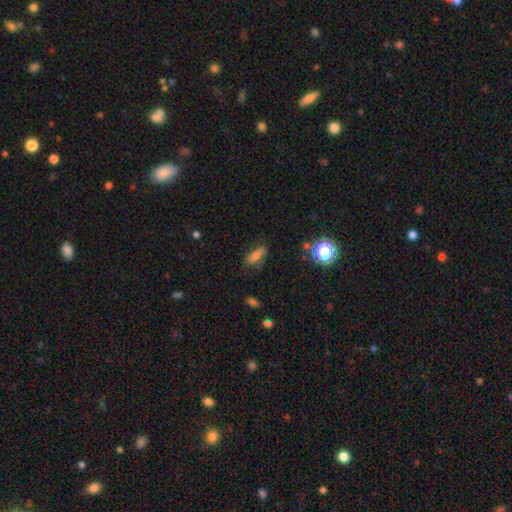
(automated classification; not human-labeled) Smooth or featured? smooth (70%)
How rounded? in between (54%)
Merging? none (75%)